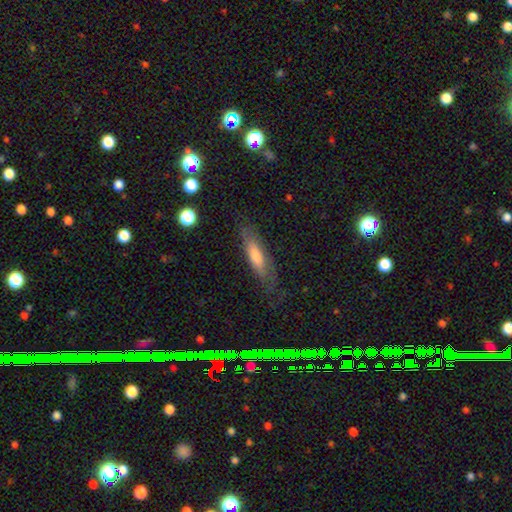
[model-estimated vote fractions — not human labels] Overall: smooth (60%; featured or disk 32%). How rounded: cigar-shaped (65%; in between 33%). Merging: none (74%).